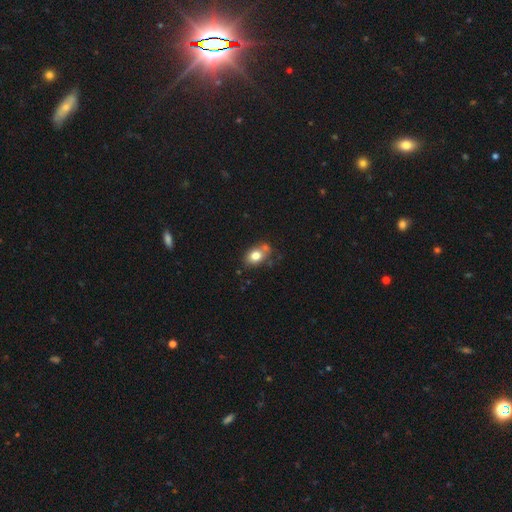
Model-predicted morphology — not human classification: smooth-or-featured: smooth: 78% | featured or disk: 13% | star or artifact: 9%
  how-rounded: in between: 68% | round: 31% | cigar-shaped: 1%
  merging: none: 57% | minor disturbance: 19% | merger: 18% | major disturbance: 6%